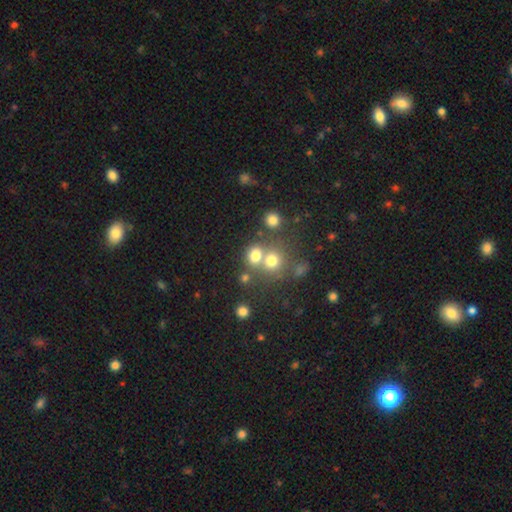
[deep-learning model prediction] Morphology: type=smooth (72%); roundness=round (74%); merging=none (49%).